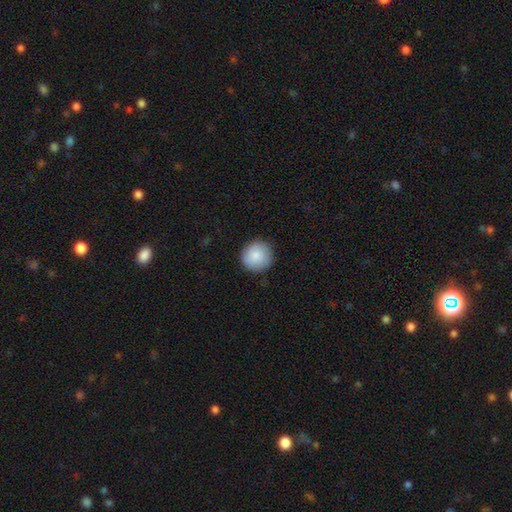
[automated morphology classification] Smooth or featured: smooth — 87% (star or artifact — 7%)
How rounded: round — 94% (in between — 5%)
Merging: none — 90% (minor disturbance — 8%)